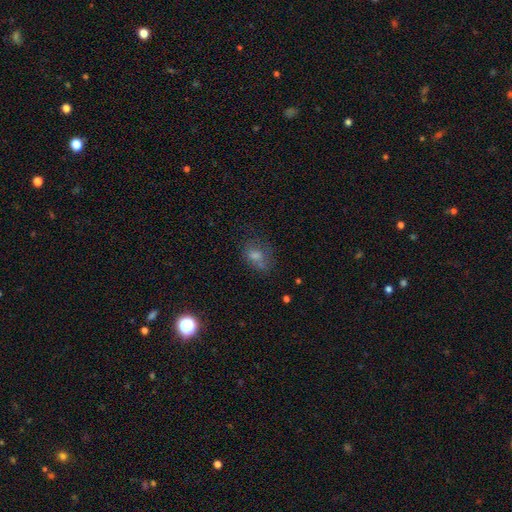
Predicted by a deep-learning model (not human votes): Smooth or featured? Predicted: smooth (p=0.64). How rounded? Predicted: in between (p=0.60). Merging? Predicted: none (p=0.49).